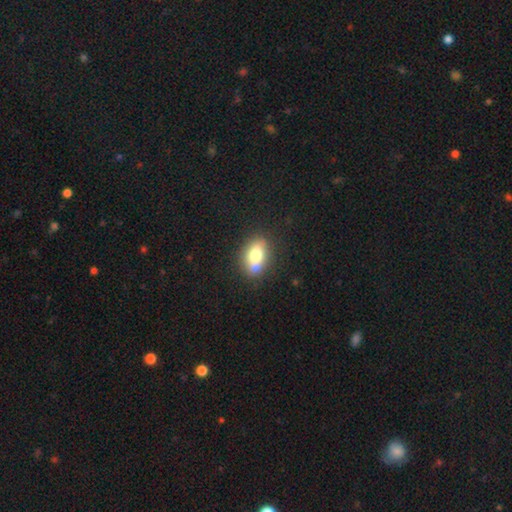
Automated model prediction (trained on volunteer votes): Smooth or featured? Predicted: smooth (p=0.70). How rounded? Predicted: in between (p=0.82). Merging? Predicted: none (p=0.72).